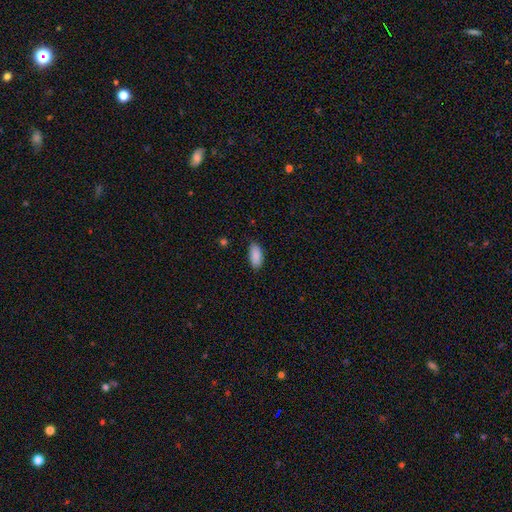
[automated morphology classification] Smooth or featured? smooth (89%)
How rounded? in between (91%)
Merging? none (82%)